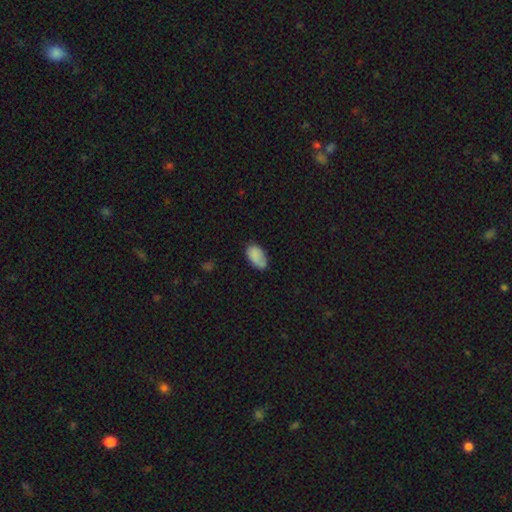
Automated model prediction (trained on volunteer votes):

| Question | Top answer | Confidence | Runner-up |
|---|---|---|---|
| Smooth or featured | smooth | 85% | featured or disk (8%) |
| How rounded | in between | 94% | round (4%) |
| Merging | none | 64% | minor disturbance (27%) |